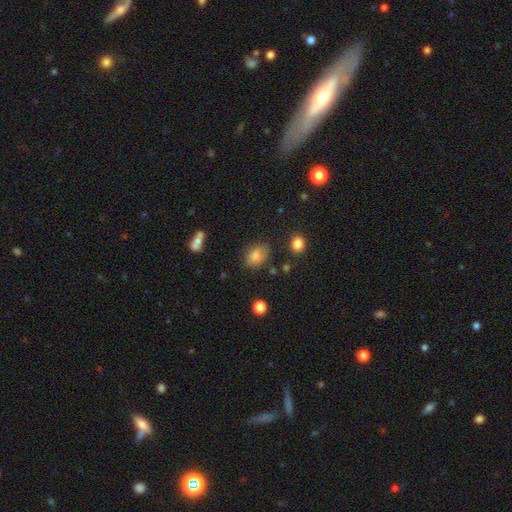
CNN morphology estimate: Overall: smooth (80%). How rounded: in between (82%). Merging: none (74%).